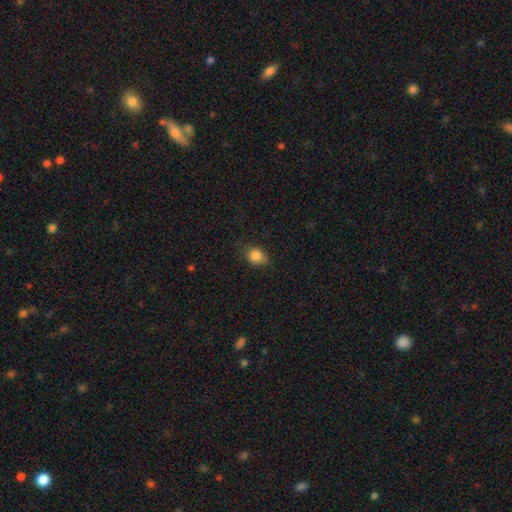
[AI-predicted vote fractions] The model was most divided on "how rounded": round: 54%, in between: 44%, cigar-shaped: 1%. More confident: smooth or featured — smooth (85%); merging — none (72%).